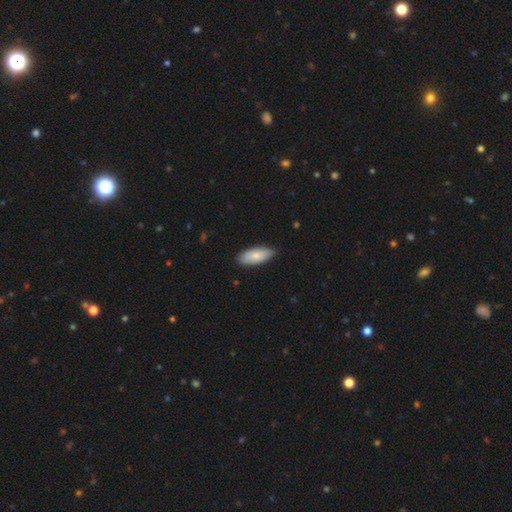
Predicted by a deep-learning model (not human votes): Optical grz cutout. It shows a smooth galaxy with no disk features (80%) that is in between round and cigar-shaped (84%). Merging: none (85%).